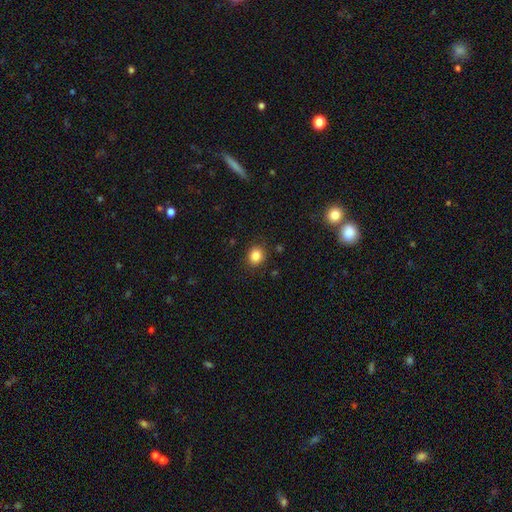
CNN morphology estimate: A smooth galaxy with no disk features (85%) that is round (73%).

Vote fractions:
- Smooth or featured? smooth: 85% / star or artifact: 10% / featured or disk: 5%
- How rounded? round: 73% / in between: 26% / cigar-shaped: 1%
- Merging? none: 88% / minor disturbance: 8% / major disturbance: 2% / merger: 1%